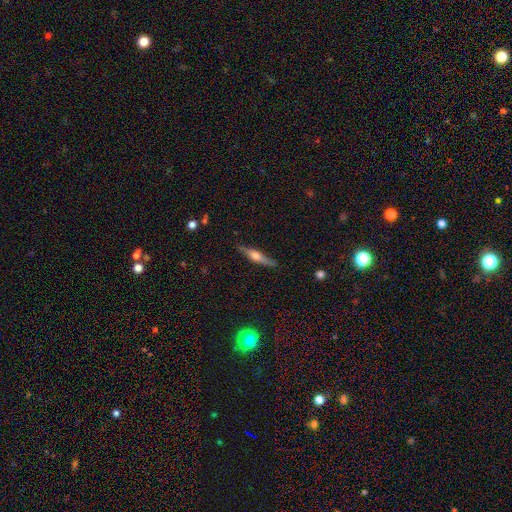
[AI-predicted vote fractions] Smooth or featured? Predicted: featured or disk (p=0.65). Edge-on disk? Predicted: yes (p=0.96). Edge-on bulge? Predicted: rounded (p=0.86). Merging? Predicted: none (p=0.86).